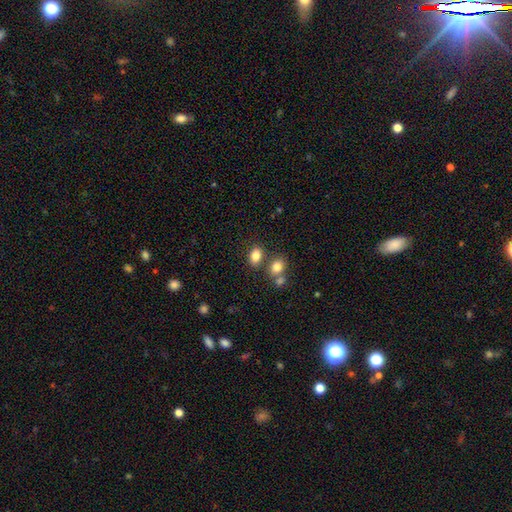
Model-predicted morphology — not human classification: smooth-or-featured: smooth: 83% | star or artifact: 10% | featured or disk: 6%
  how-rounded: in between: 79% | round: 20% | cigar-shaped: 1%
  merging: none: 64% | merger: 21% | minor disturbance: 11% | major disturbance: 4%